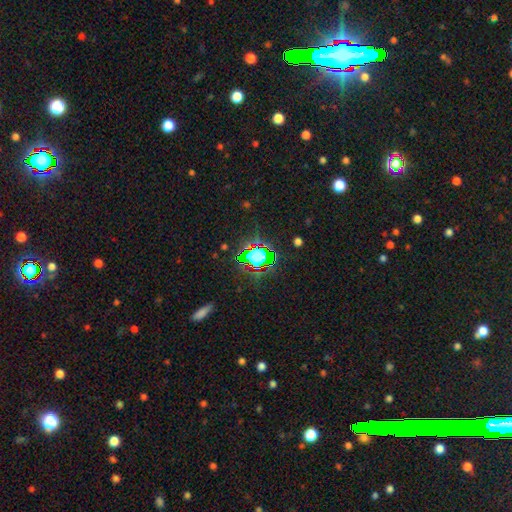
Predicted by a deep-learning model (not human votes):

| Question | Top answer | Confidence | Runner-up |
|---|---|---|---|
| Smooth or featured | star or artifact | 65% | smooth (23%) |